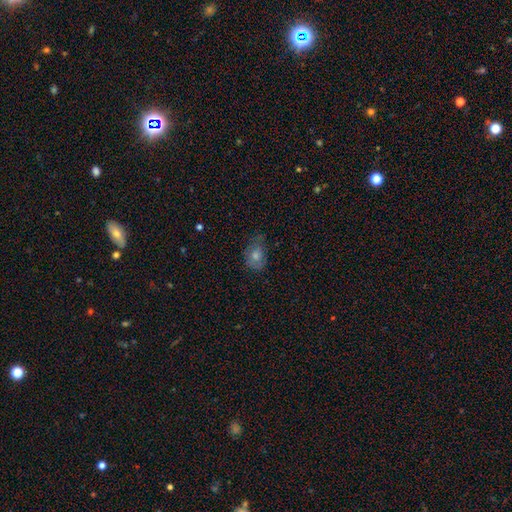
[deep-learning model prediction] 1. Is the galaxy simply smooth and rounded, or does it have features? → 51% smooth, 33% featured or disk, 17% star or artifact.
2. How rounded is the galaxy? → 69% in between, 29% round, 2% cigar-shaped.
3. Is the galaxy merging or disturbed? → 62% none, 27% minor disturbance, 10% major disturbance, 1% merger.